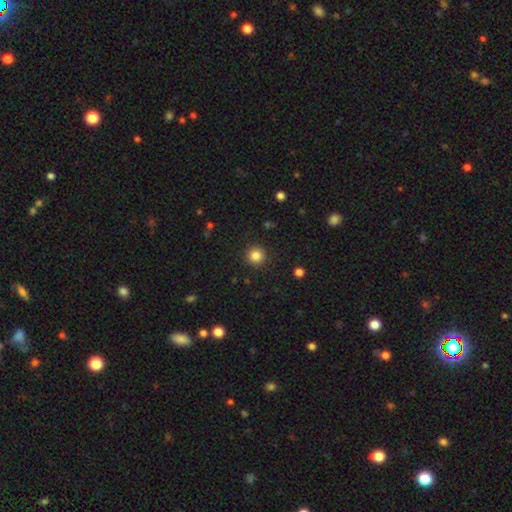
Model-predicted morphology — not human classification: smooth 84%, star or artifact 12%, featured or disk 4%. Down the decision tree: how rounded — round (95%); merging — none (91%).